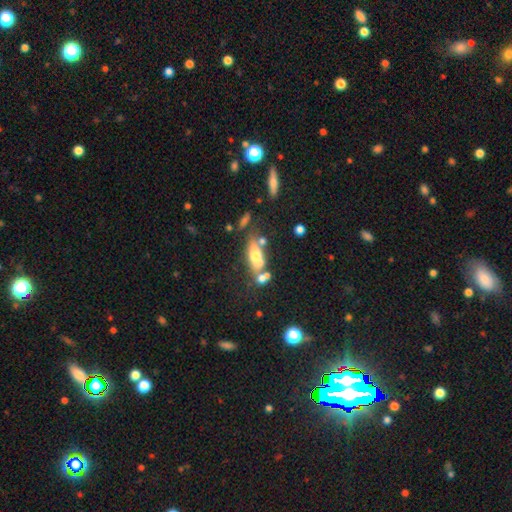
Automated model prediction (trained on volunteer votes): Smooth or featured?
  - smooth: 55% *
  - featured or disk: 35%
  - star or artifact: 10%
How rounded?
  - in between: 69% *
  - cigar-shaped: 26%
  - round: 6%
Merging?
  - none: 42% *
  - merger: 32%
  - minor disturbance: 16%
  - major disturbance: 9%